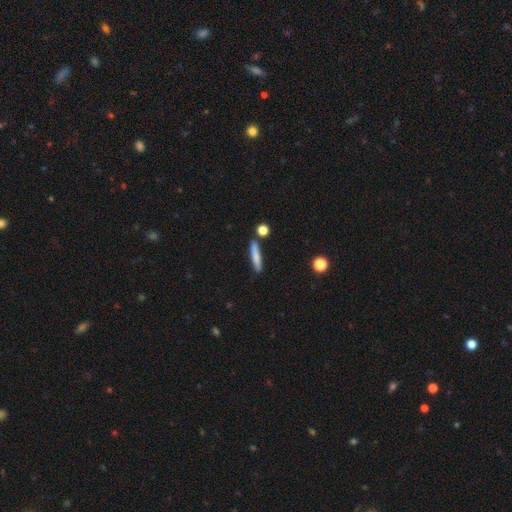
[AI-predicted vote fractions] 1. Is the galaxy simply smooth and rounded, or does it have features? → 73% smooth, 20% featured or disk, 7% star or artifact.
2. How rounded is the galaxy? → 90% cigar-shaped, 8% in between, 2% round.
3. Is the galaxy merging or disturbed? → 83% none, 9% minor disturbance, 5% merger, 2% major disturbance.